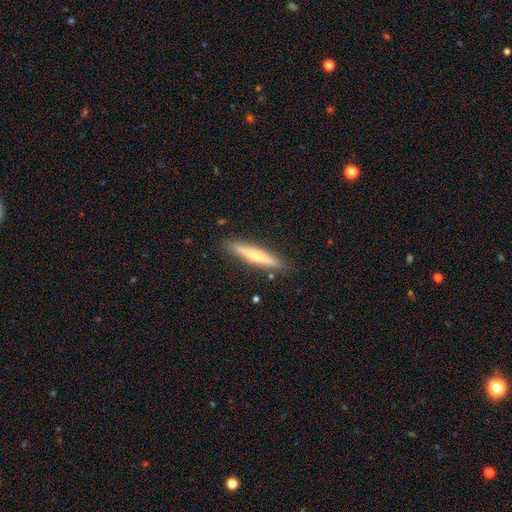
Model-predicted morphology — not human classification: type=smooth (49%); merging=none (88%).